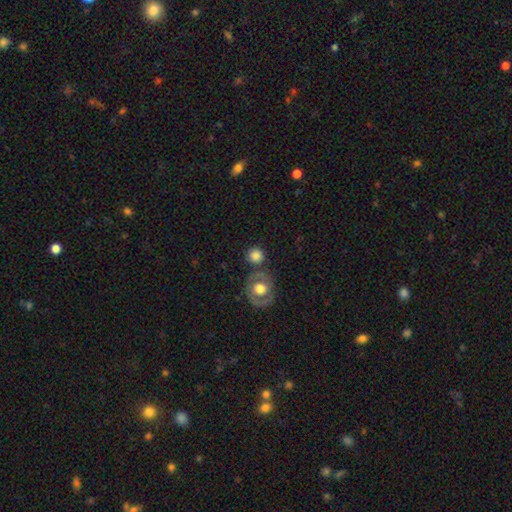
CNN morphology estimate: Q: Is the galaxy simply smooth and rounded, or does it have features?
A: smooth — 77%.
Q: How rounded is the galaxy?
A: round — 91%.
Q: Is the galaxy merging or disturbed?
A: none — 72%.